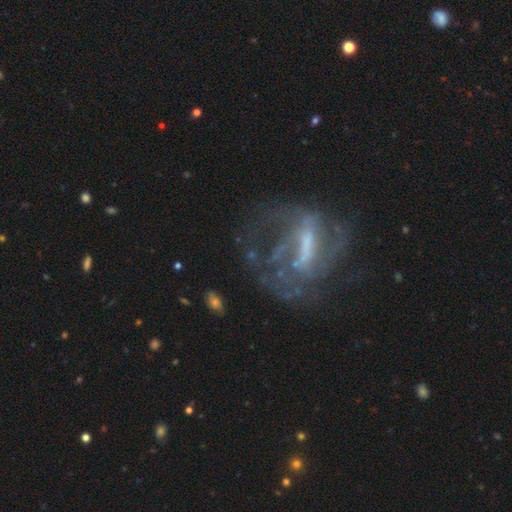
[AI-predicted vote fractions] Overall: featured or disk (75%). Edge-on disk: no (91%). Bar: strong (49%; weak 33%). Spiral arms: yes (62%; no 38%). Bulge size: none (37%; small 30%). Merging: none (46%; major disturbance 34%).